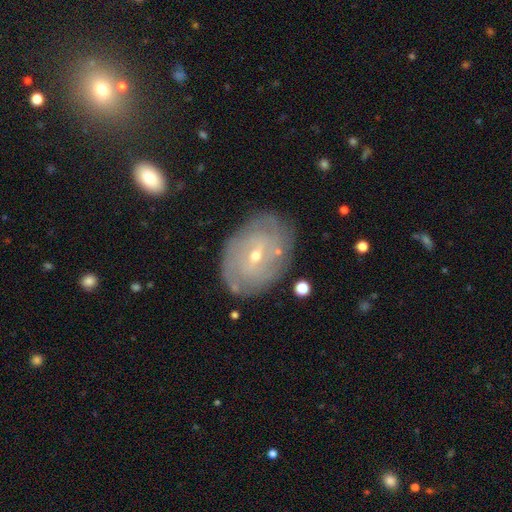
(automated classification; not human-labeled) Smooth or featured? Predicted: featured or disk (p=0.74). Edge-on disk? Predicted: no (p=0.95). Bar? Predicted: weak (p=0.52). Spiral arms? Predicted: yes (p=0.76). Spiral winding? Predicted: tight (p=0.67). Spiral arm count? Predicted: can't tell (p=0.54). Bulge size? Predicted: small (p=0.66). Merging? Predicted: none (p=0.76).